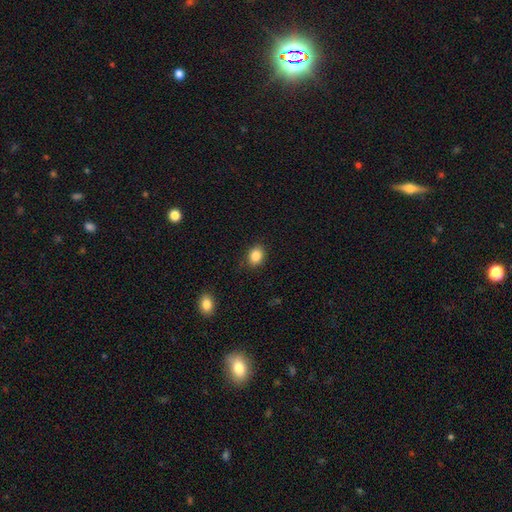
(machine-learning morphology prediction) Smooth or featured? smooth (86%)
How rounded? in between (57%)
Merging? none (84%)